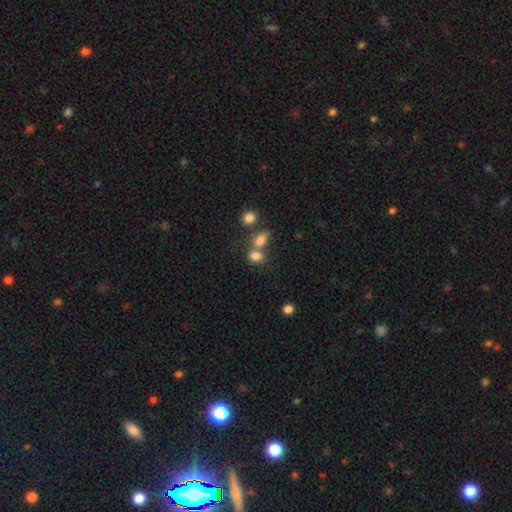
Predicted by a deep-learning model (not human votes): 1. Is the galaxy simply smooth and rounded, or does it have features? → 80% smooth, 13% star or artifact, 8% featured or disk.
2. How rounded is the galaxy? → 52% in between, 47% round, 1% cigar-shaped.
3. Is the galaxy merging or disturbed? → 46% merger, 40% none, 9% minor disturbance, 5% major disturbance.